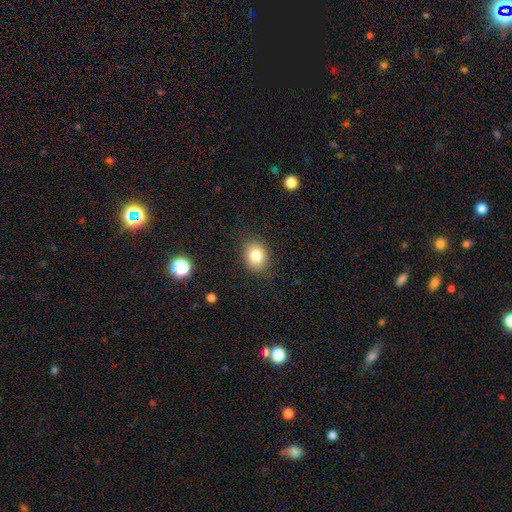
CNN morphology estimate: This is clearly a smooth galaxy (81%). How rounded: possibly round (51%). Merging: clearly none (85%).